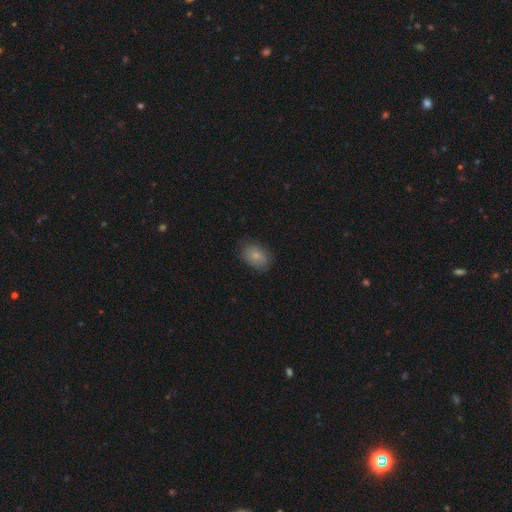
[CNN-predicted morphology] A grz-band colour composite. It shows a smooth galaxy with no disk features (81%) that is in between round and cigar-shaped (76%). Merging: none (78%).